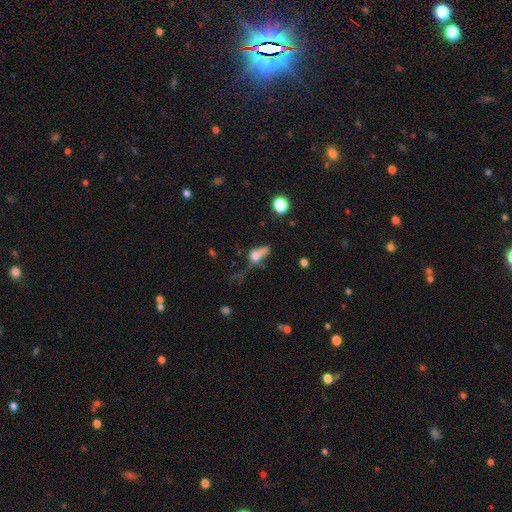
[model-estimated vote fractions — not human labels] smooth-or-featured: smooth: 57% | featured or disk: 28% | star or artifact: 16%
  how-rounded: in between: 57% | round: 25% | cigar-shaped: 18%
  merging: major disturbance: 41% | none: 23% | minor disturbance: 20% | merger: 16%